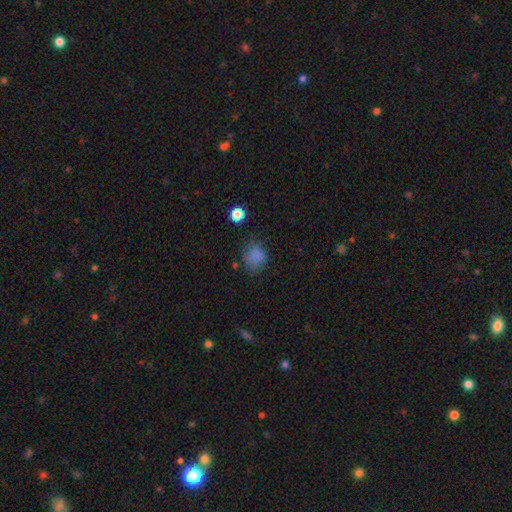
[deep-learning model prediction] smooth_or_featured: smooth (p=0.80) [alt: star or artifact p=0.15]
how_rounded: round (p=0.67) [alt: in between p=0.32]
merging: none (p=0.67) [alt: minor disturbance p=0.22]